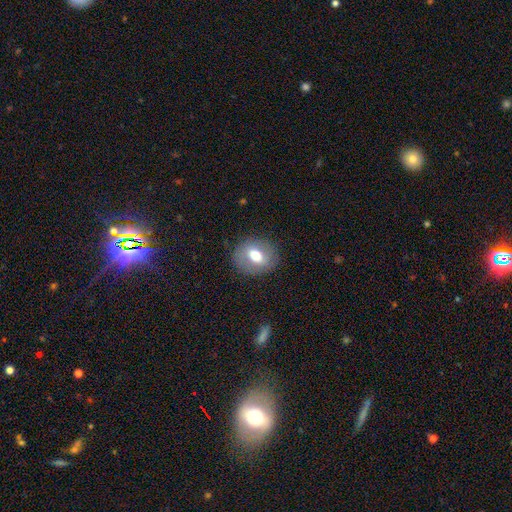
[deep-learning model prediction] Morphology: type=smooth (59%); roundness=round (54%); merging=none (83%).